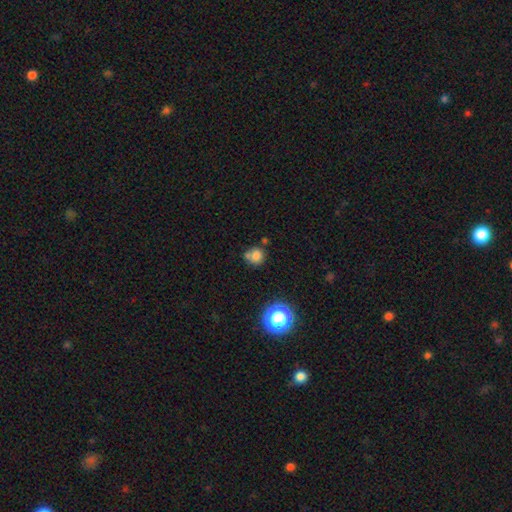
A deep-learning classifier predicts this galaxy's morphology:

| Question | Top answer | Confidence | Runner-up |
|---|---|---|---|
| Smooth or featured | smooth | 76% | star or artifact (15%) |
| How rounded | round | 84% | in between (15%) |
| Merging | none | 55% | merger (25%) |